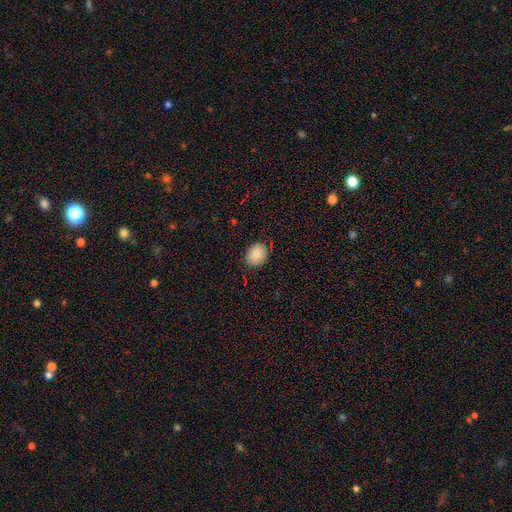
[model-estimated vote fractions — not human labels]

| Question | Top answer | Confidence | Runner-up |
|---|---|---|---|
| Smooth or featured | smooth | 89% | star or artifact (7%) |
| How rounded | in between | 67% | round (32%) |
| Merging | none | 83% | minor disturbance (13%) |